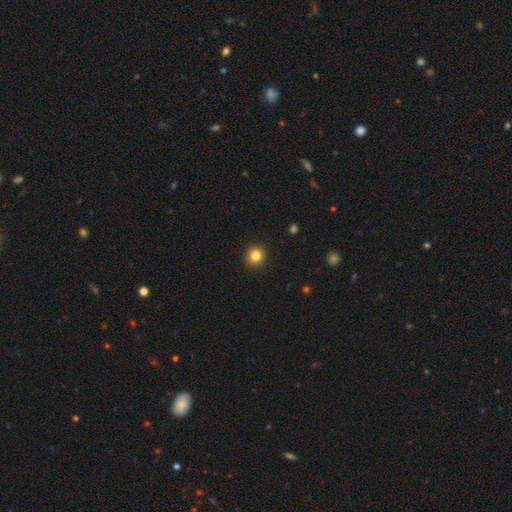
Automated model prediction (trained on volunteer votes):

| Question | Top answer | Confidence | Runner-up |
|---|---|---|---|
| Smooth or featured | smooth | 83% | star or artifact (12%) |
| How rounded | round | 92% | in between (7%) |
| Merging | none | 92% | minor disturbance (5%) |